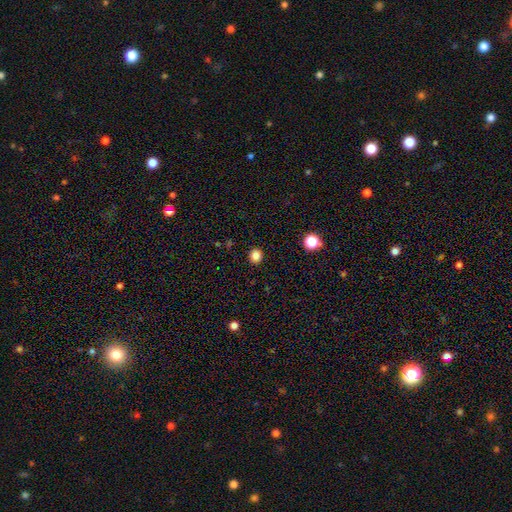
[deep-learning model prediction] Smooth or featured? Predicted: smooth (p=0.84). How rounded? Predicted: round (p=0.82). Merging? Predicted: none (p=0.92).